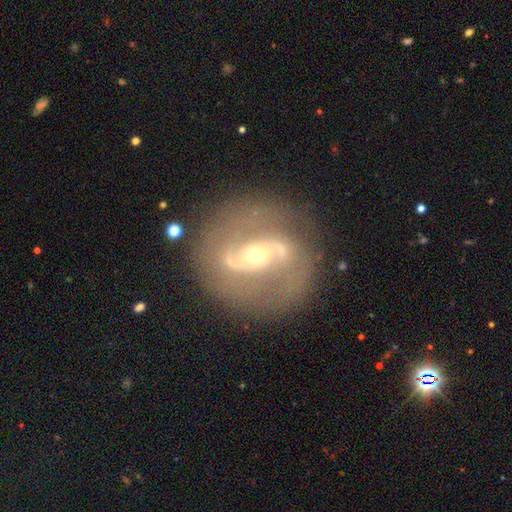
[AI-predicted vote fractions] smooth-or-featured: featured or disk: 86% | smooth: 7% | star or artifact: 6%
  disk-edge-on: no: 96% | yes: 4%
    bar: strong: 43% | weak: 33% | no: 24%
    has-spiral-arms: yes: 89% | no: 11%
      spiral-winding: medium: 49% | loose: 29% | tight: 22%
      spiral-arm-count: 2: 89% | can't tell: 5% | 1: 2% | 3: 2% | 4: 1% | more than 4: 1%
    bulge-size: small: 62% | moderate: 34% | large: 2% | dominant: 1% | none: 1%
  merging: none: 81% | minor disturbance: 11% | major disturbance: 6% | merger: 2%